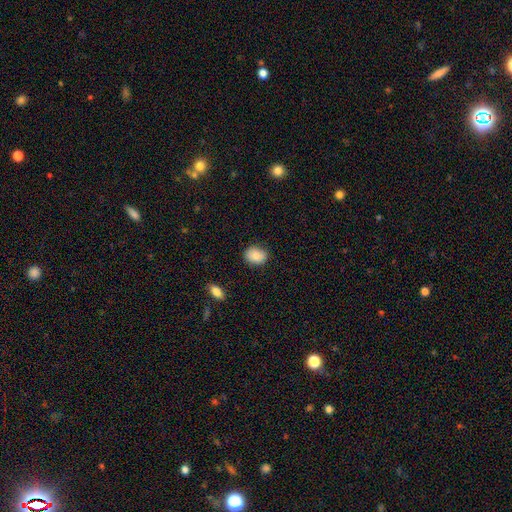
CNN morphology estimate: Smooth or featured?
  - smooth: 85% *
  - star or artifact: 8%
  - featured or disk: 8%
How rounded?
  - in between: 59% *
  - round: 40%
  - cigar-shaped: 1%
Merging?
  - none: 82% *
  - minor disturbance: 14%
  - major disturbance: 3%
  - merger: 1%